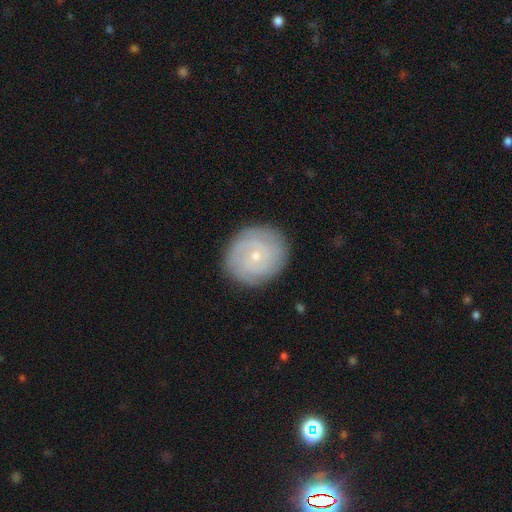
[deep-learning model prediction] This appears to be a featured or disk galaxy (71%) with no bar (74%), tight (77%) spiral arms (91%) and a small central bulge (76%). Merging: none (86%).